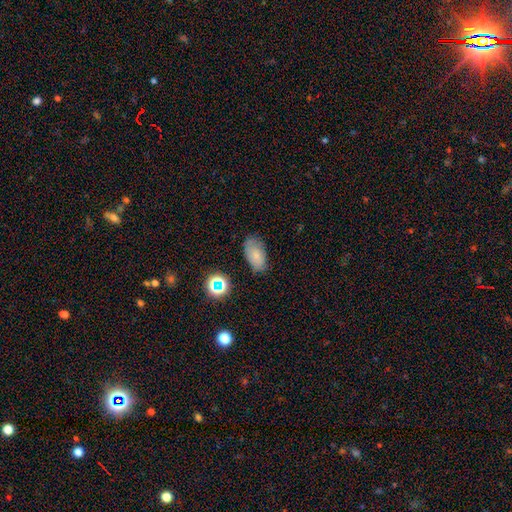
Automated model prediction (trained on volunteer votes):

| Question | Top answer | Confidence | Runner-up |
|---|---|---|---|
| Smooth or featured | smooth | 73% | featured or disk (15%) |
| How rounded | in between | 92% | round (7%) |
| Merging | none | 70% | minor disturbance (22%) |